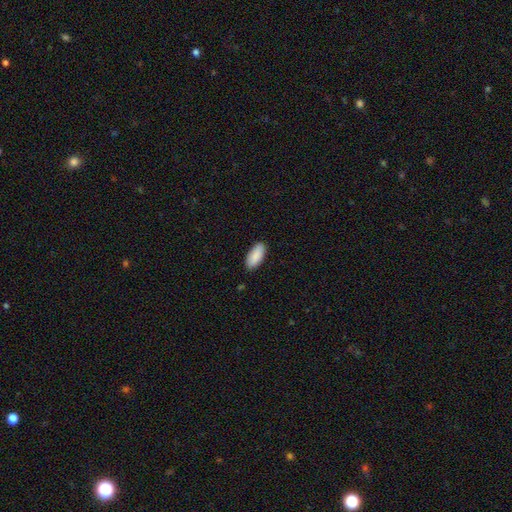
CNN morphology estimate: This is clearly a smooth galaxy (90%). How rounded: clearly in between (85%). Merging: clearly none (88%).